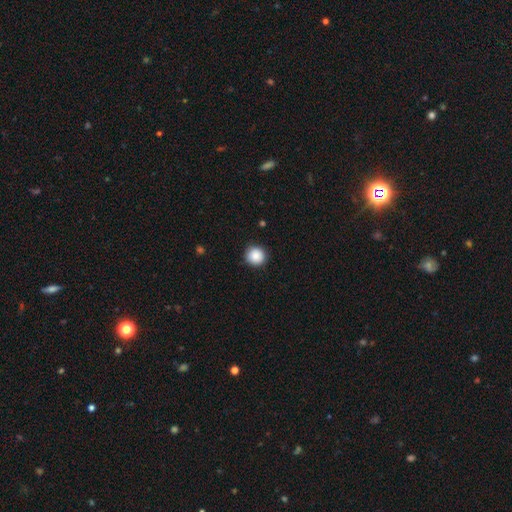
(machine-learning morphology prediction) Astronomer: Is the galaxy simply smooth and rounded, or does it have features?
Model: smooth — 88%.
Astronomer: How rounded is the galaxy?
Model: round — 94%.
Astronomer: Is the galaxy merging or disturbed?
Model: none — 90%.